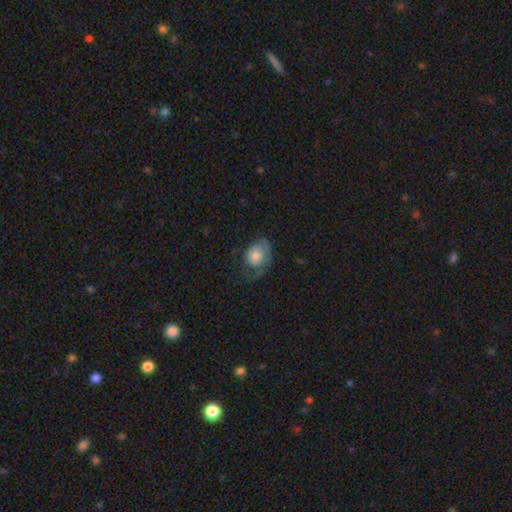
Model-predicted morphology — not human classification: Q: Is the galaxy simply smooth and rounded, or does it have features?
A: smooth — 65%.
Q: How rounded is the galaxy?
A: in between — 60%.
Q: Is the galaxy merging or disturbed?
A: major disturbance — 38%.